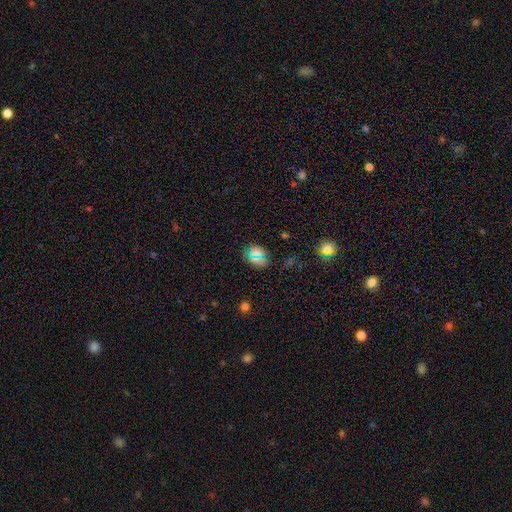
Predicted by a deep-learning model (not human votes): This appears to be a smooth galaxy with no disk features (61%) that is in between round and cigar-shaped (50%). Merging: none (82%).